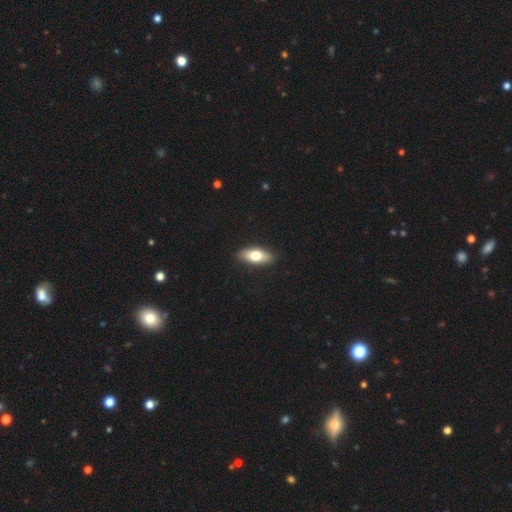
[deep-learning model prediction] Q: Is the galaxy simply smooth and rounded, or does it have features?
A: smooth — 71%.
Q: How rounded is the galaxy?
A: in between — 80%.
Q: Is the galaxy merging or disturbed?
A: none — 88%.